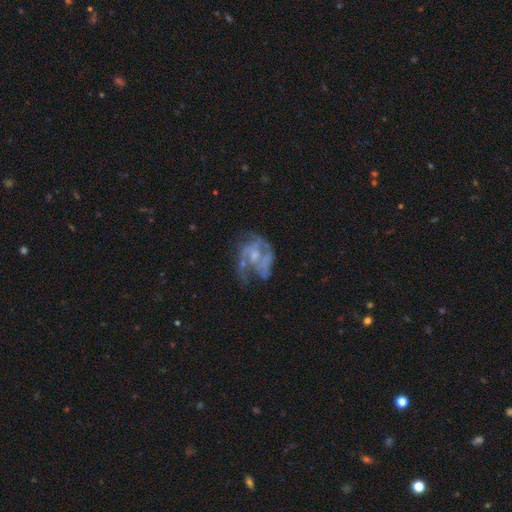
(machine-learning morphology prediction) Overall: featured or disk (77%). Edge-on disk: no (98%). Bar: no (65%; weak 30%). Spiral arms: yes (73%). Spiral arm count: 2 (31%; can't tell 28%). Spiral winding: medium (46%; loose 30%). Bulge size: small (41%; moderate 36%). Merging: none (38%; major disturbance 35%).